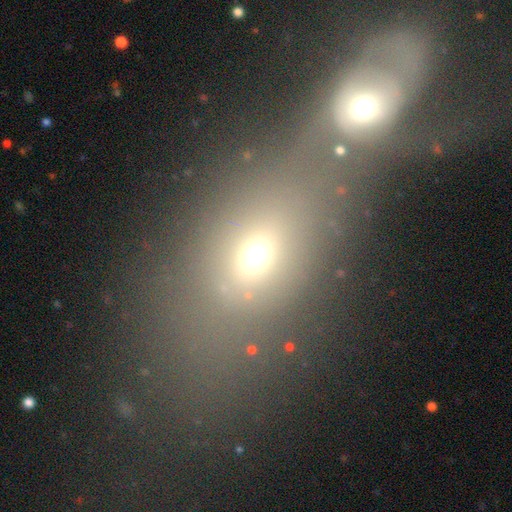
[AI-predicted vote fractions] Smooth or featured: smooth — 61% (featured or disk — 22%)
How rounded: in between — 70% (round — 24%)
Merging: merger — 45% (none — 36%)